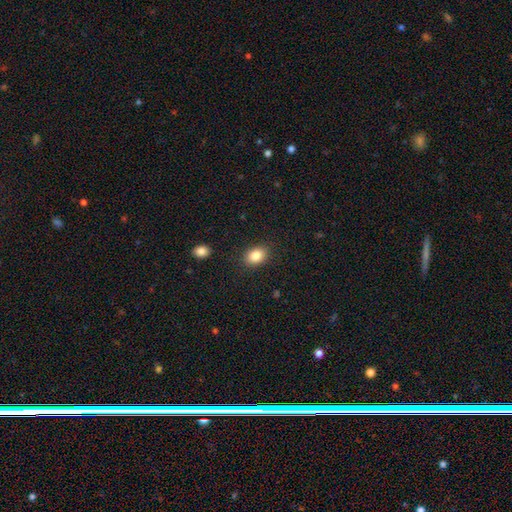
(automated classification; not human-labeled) A smooth galaxy with no disk features (85%) that is in between round and cigar-shaped (73%). Merging: none (87%).